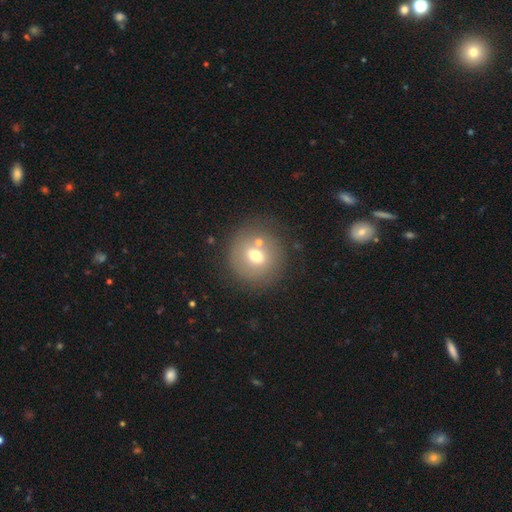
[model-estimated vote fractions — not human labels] Smooth or featured?
  - smooth: 63% *
  - featured or disk: 24%
  - star or artifact: 13%
How rounded?
  - round: 88% *
  - in between: 11%
  - cigar-shaped: 1%
Merging?
  - none: 72% *
  - minor disturbance: 12%
  - merger: 11%
  - major disturbance: 5%